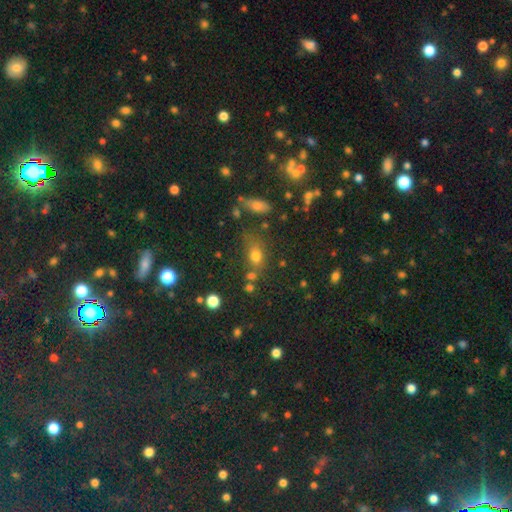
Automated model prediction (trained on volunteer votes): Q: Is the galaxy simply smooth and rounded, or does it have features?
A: smooth — 68%.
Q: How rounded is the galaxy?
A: in between — 58%.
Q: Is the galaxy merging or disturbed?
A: none — 61%.